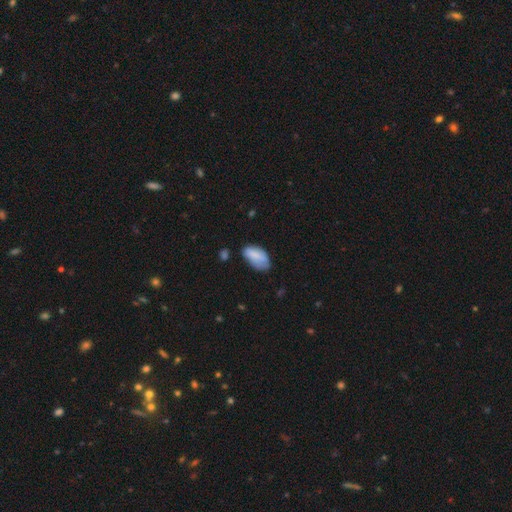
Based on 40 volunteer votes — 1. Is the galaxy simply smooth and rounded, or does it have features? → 78% smooth, 20% featured or disk, 2% star or artifact.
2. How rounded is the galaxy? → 94% in between, 6% cigar-shaped, 0% round.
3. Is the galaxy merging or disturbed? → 41% none, 36% minor disturbance, 18% major disturbance, 5% merger.